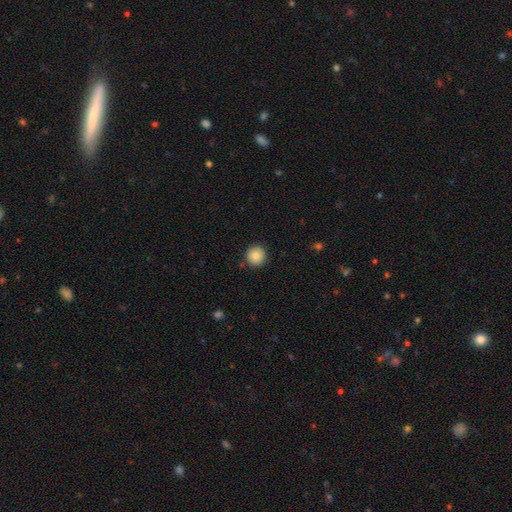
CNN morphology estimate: smooth-or-featured: smooth: 85% | star or artifact: 8% | featured or disk: 7%
  how-rounded: round: 95% | in between: 4% | cigar-shaped: 1%
  merging: none: 91% | minor disturbance: 6% | major disturbance: 2% | merger: 1%